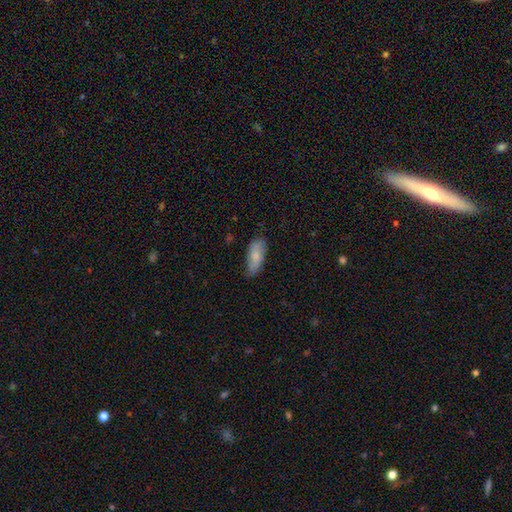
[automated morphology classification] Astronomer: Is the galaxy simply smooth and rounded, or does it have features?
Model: smooth — 77%.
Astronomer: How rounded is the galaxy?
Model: in between — 81%.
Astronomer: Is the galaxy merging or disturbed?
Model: none — 70%.